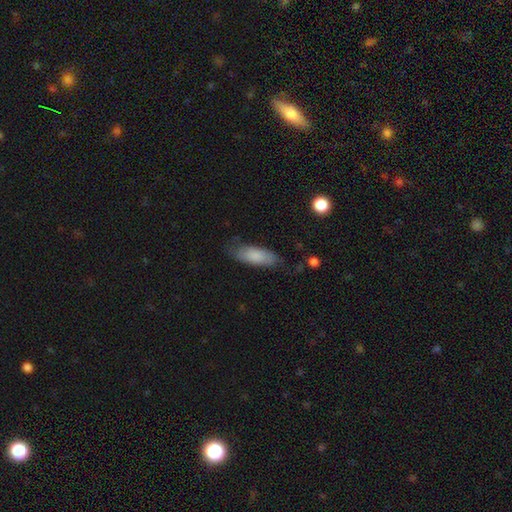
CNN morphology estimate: Q: Smooth or featured?
A: smooth (81%); runner-up: featured or disk (13%)
Q: How rounded?
A: in between (68%); runner-up: cigar-shaped (30%)
Q: Merging?
A: none (70%); runner-up: minor disturbance (23%)